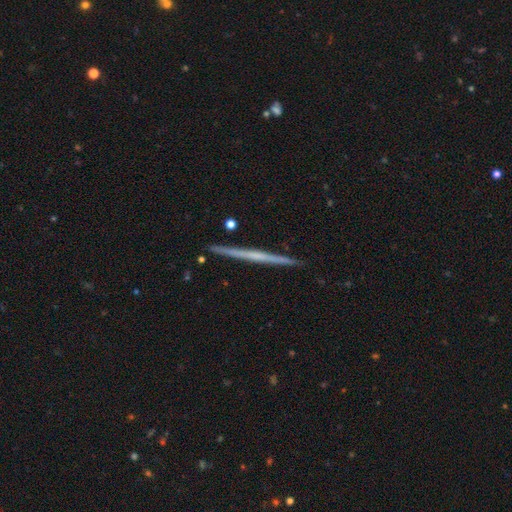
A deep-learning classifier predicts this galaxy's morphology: Overall: featured or disk (66%; smooth 28%). Edge-on disk: yes (98%). Edge-on bulge: none (79%). Merging: none (92%).